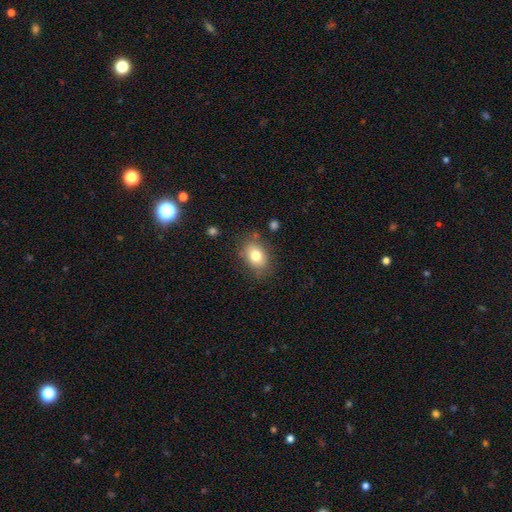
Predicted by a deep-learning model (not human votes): smooth 79%, featured or disk 12%, star or artifact 9%. Down the decision tree: how rounded — in between (72%); merging — none (77%).